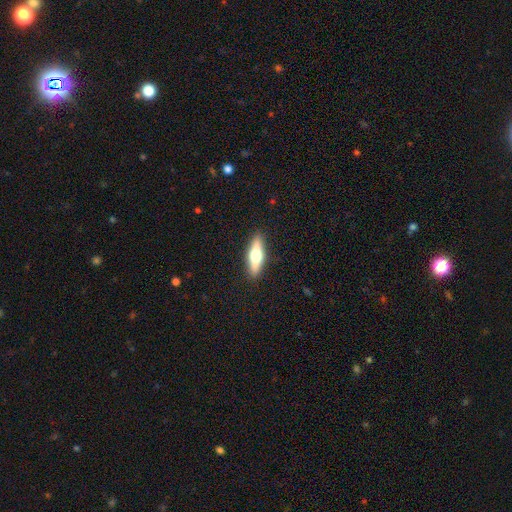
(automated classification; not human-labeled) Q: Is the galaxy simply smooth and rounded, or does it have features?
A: featured or disk — 48%.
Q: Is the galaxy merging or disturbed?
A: none — 90%.